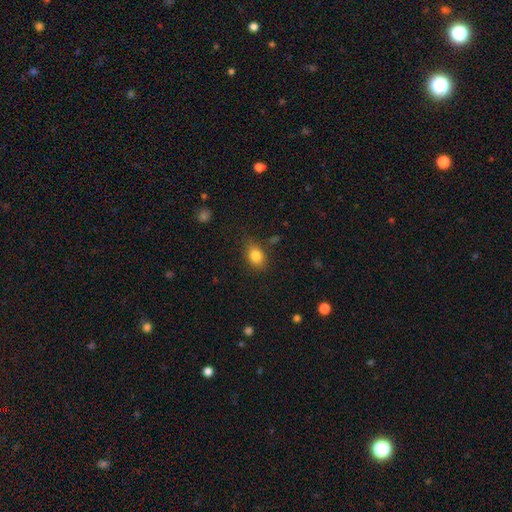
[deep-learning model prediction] Smooth or featured? Predicted: smooth (p=0.82). How rounded? Predicted: in between (p=0.72). Merging? Predicted: none (p=0.77).